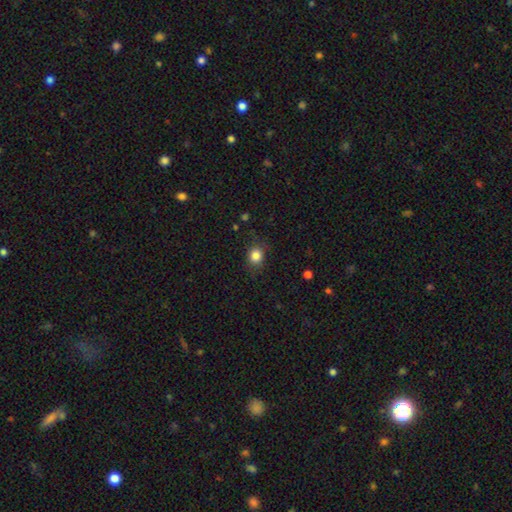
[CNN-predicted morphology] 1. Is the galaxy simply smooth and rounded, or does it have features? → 84% smooth, 11% star or artifact, 5% featured or disk.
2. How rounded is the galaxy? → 70% round, 29% in between, 1% cigar-shaped.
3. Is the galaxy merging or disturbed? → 79% none, 15% minor disturbance, 5% major disturbance, 1% merger.